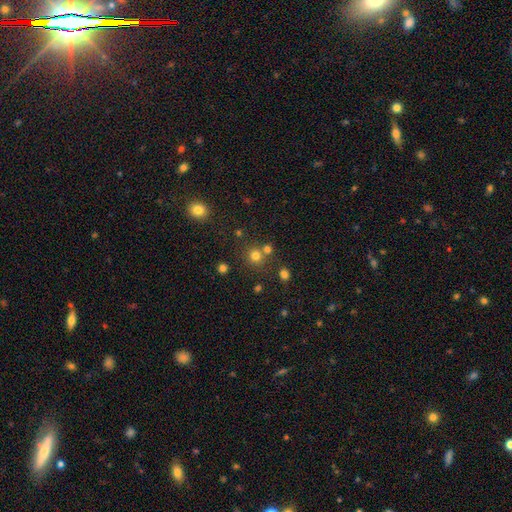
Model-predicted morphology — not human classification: This appears to be a smooth galaxy with no disk features (75%) that is round (90%). Merging: none (69%).